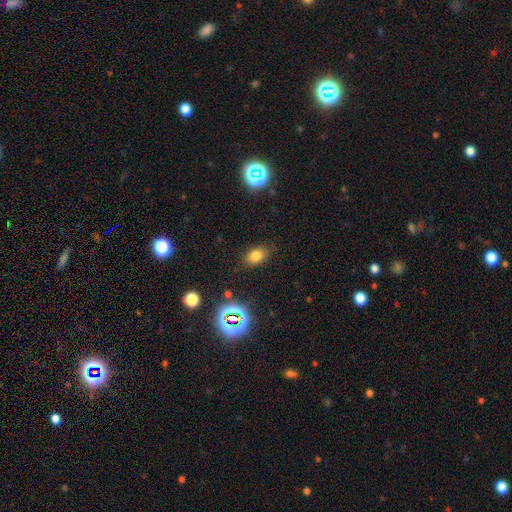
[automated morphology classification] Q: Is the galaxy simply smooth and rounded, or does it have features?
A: smooth — 72%.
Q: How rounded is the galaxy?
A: in between — 74%.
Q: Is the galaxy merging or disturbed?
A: none — 80%.